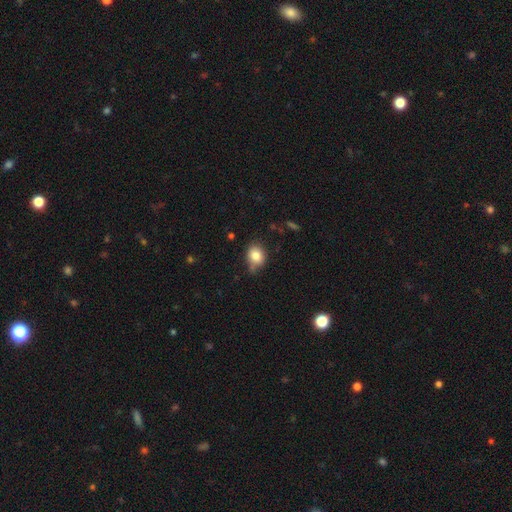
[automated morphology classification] smooth_or_featured: smooth (p=0.81) [alt: star or artifact p=0.10]
how_rounded: in between (p=0.50) [alt: round p=0.49]
merging: none (p=0.59) [alt: minor disturbance p=0.29]